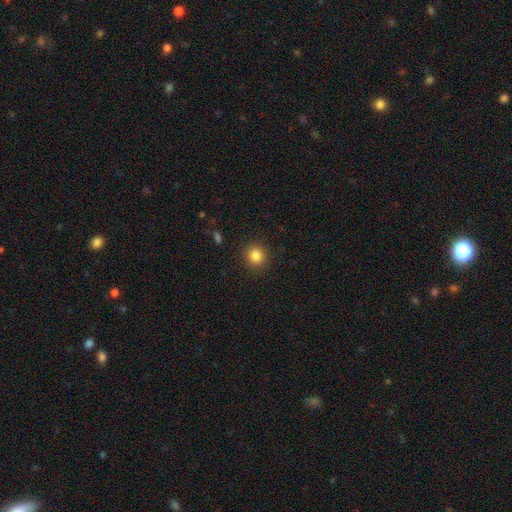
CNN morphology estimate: Overall: smooth (84%). How rounded: round (91%). Merging: none (91%).